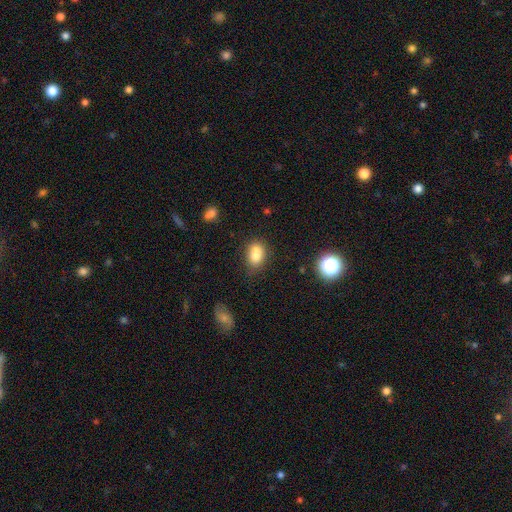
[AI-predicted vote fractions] smooth_or_featured: smooth (p=0.75) [alt: featured or disk p=0.14]
how_rounded: in between (p=0.70) [alt: round p=0.28]
merging: none (p=0.46) [alt: merger p=0.31]